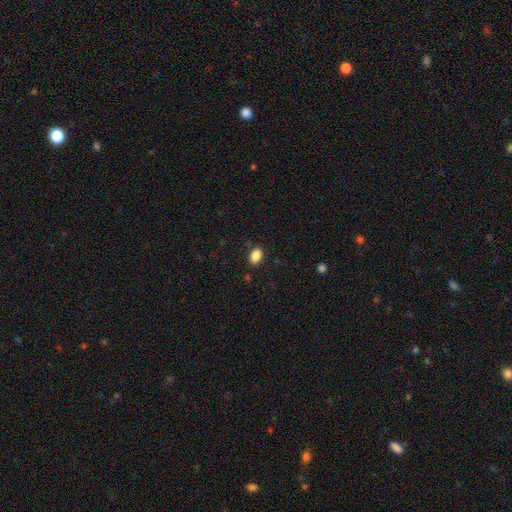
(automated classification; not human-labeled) Q: Smooth or featured?
A: smooth (87%); runner-up: star or artifact (9%)
Q: How rounded?
A: in between (88%); runner-up: round (11%)
Q: Merging?
A: none (87%); runner-up: minor disturbance (10%)